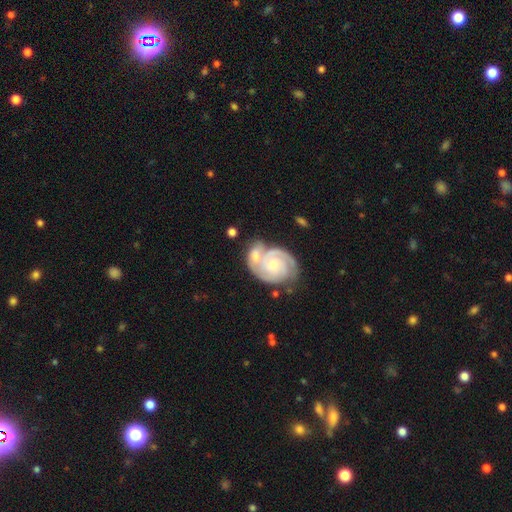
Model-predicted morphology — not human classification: Smooth or featured: featured or disk — 78% (smooth — 17%)
Edge-on disk: no — 98% (yes — 2%)
Bar: no — 72% (weak — 24%)
Spiral arms: yes — 94% (no — 6%)
Spiral winding: tight — 65% (medium — 28%)
Spiral arm count: 2 — 60% (3 — 15%)
Bulge size: small — 57% (moderate — 35%)
Merging: merger — 41% (none — 37%)